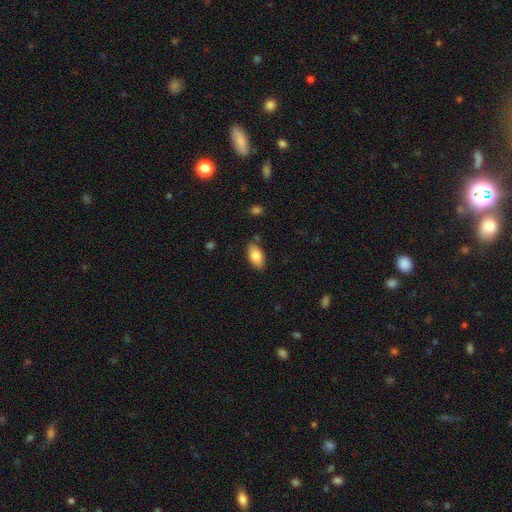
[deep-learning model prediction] The model was most divided on "merging": none: 83%, minor disturbance: 12%, major disturbance: 2%, merger: 2%. More confident: how rounded — in between (92%); smooth or featured — smooth (83%).